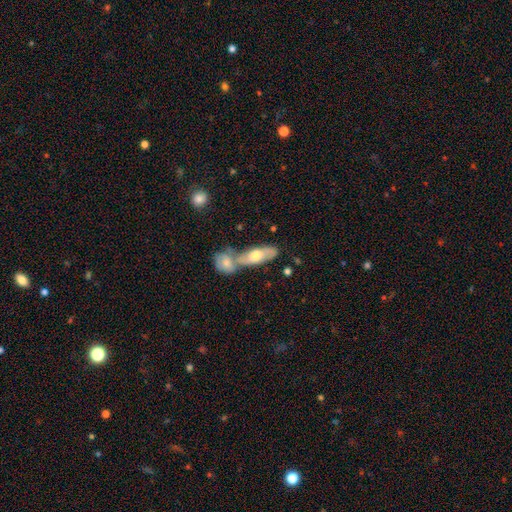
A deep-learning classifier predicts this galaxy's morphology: This is possibly a smooth galaxy (56%). How rounded: likely in between (65%). Merging: possibly merger (50%).